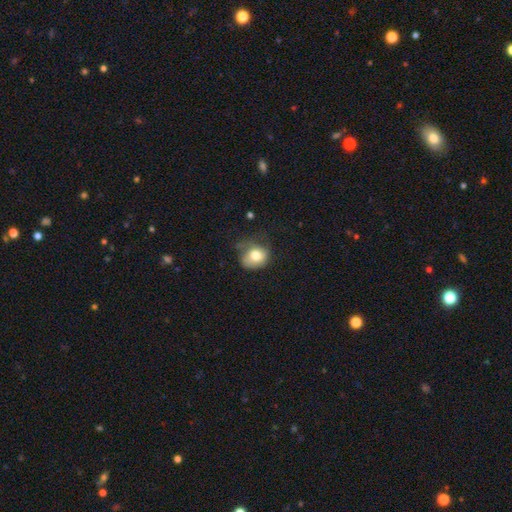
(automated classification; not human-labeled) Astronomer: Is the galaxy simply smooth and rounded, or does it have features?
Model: smooth — 75%.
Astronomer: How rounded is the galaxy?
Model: round — 62% (runner-up: in between, 37%).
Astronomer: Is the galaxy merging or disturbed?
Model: none — 42% (runner-up: minor disturbance, 35%).